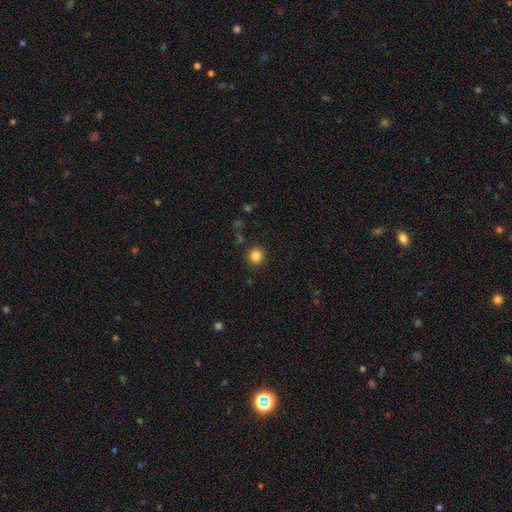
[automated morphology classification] A smooth galaxy with no disk features (83%) that is round (93%).

Vote fractions:
- Smooth or featured? smooth: 83% / star or artifact: 12% / featured or disk: 5%
- How rounded? round: 93% / in between: 6% / cigar-shaped: 1%
- Merging? none: 91% / minor disturbance: 6% / major disturbance: 2% / merger: 2%